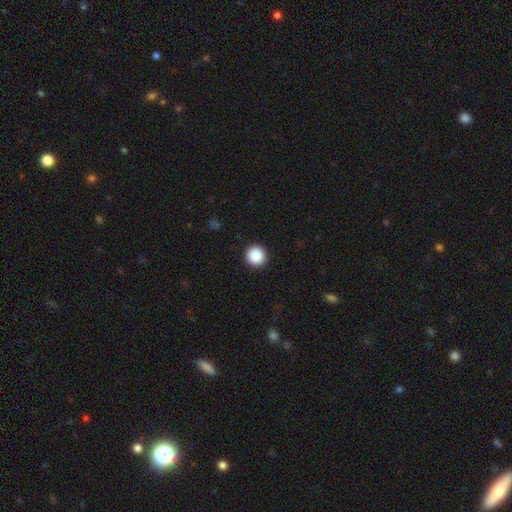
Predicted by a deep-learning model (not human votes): Overall: smooth (88%). How rounded: round (96%). Merging: none (93%).